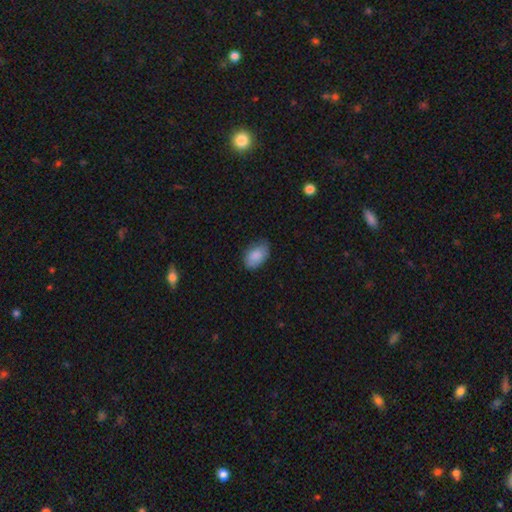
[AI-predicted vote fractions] smooth 87%, star or artifact 7%, featured or disk 7%. Down the decision tree: how rounded — in between (91%); merging — none (70%).